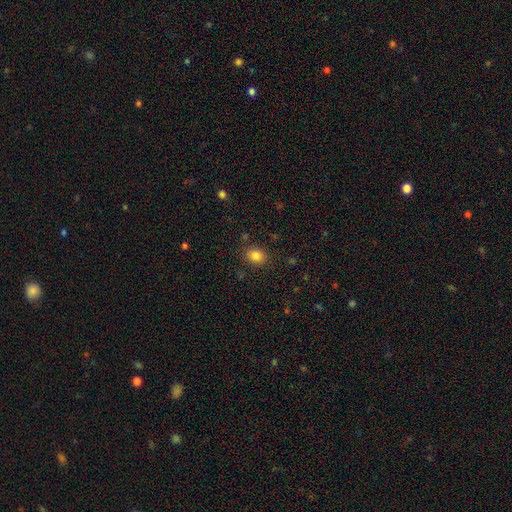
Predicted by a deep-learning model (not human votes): Smooth or featured? Predicted: smooth (p=0.84). How rounded? Predicted: in between (p=0.50). Merging? Predicted: none (p=0.85).